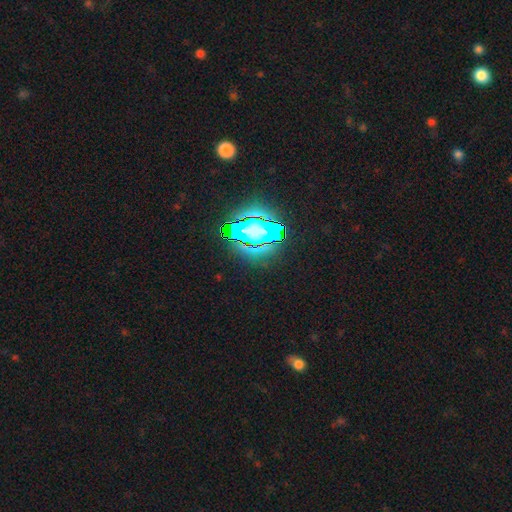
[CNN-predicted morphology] Smooth or featured? star or artifact (63%)